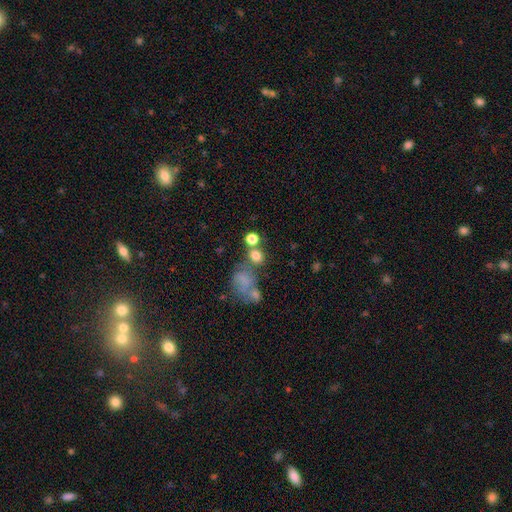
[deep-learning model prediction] Q: Smooth or featured?
A: smooth (74%); runner-up: star or artifact (15%)
Q: How rounded?
A: round (68%); runner-up: in between (31%)
Q: Merging?
A: none (52%); runner-up: merger (29%)